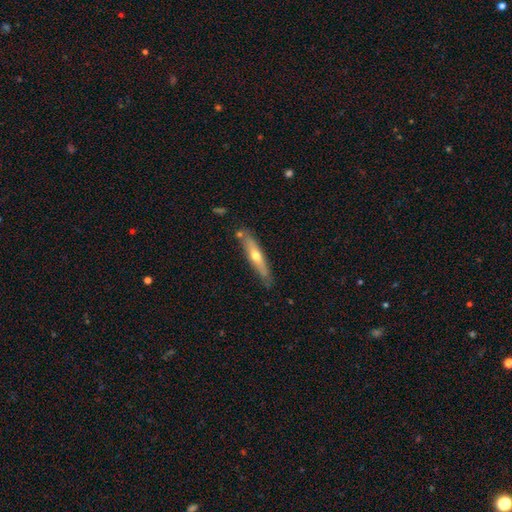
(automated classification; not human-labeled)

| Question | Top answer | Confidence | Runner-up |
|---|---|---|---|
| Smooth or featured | featured or disk | 57% | smooth (37%) |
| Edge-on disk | yes | 84% | no (16%) |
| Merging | none | 80% | minor disturbance (14%) |